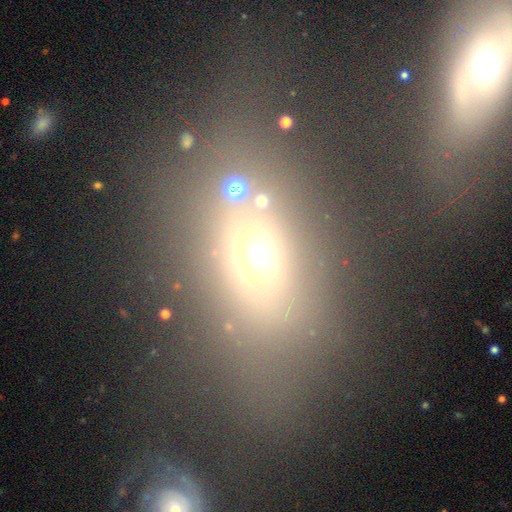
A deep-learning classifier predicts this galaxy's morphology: Overall: smooth (53%; star or artifact 24%). How rounded: in between (65%; round 30%). Merging: none (63%).